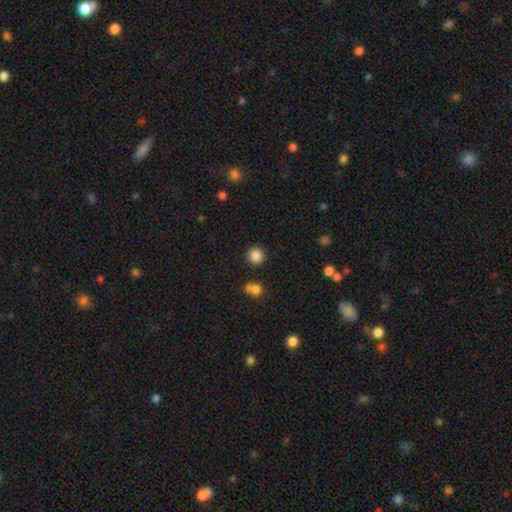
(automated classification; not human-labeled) Smooth or featured?
  - smooth: 85% *
  - star or artifact: 11%
  - featured or disk: 4%
How rounded?
  - round: 93% *
  - in between: 6%
  - cigar-shaped: 1%
Merging?
  - none: 86% *
  - minor disturbance: 7%
  - merger: 4%
  - major disturbance: 2%